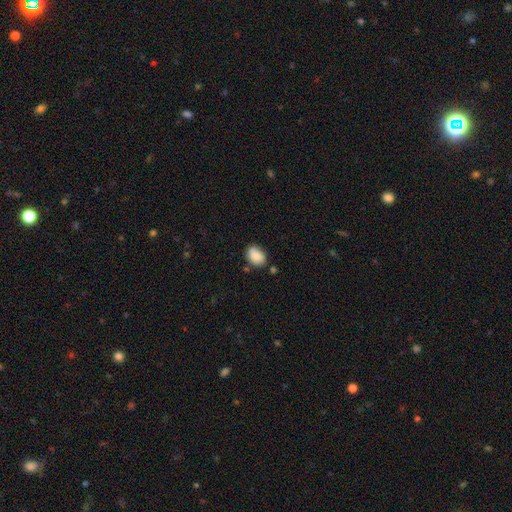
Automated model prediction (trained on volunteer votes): Smooth or featured: smooth — 87% (star or artifact — 8%)
How rounded: in between — 74% (round — 25%)
Merging: none — 70% (minor disturbance — 20%)